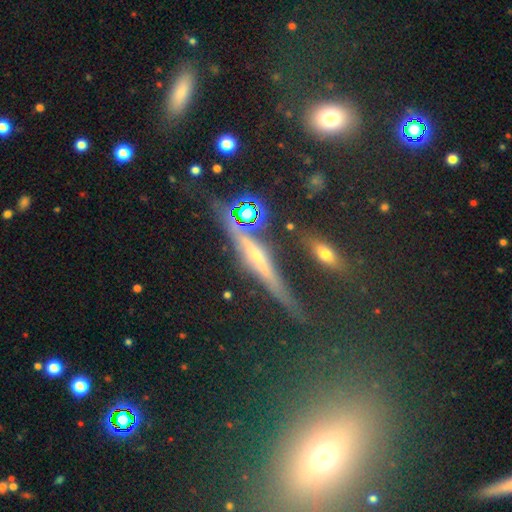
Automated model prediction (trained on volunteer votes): A featured or disk galaxy (46%). Merging: none (70%).